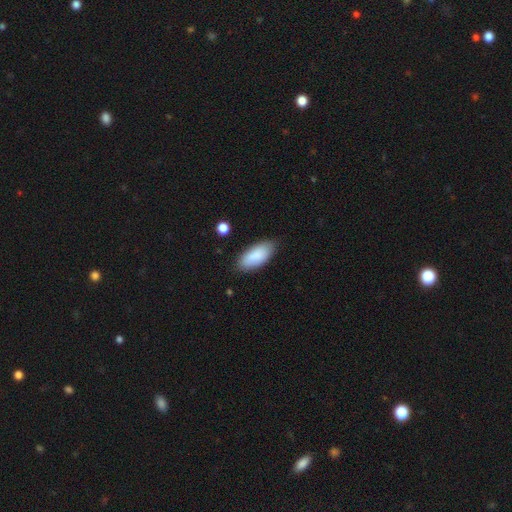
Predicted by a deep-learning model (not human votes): This is clearly a smooth galaxy (87%). How rounded: clearly in between (87%). Merging: clearly none (83%).